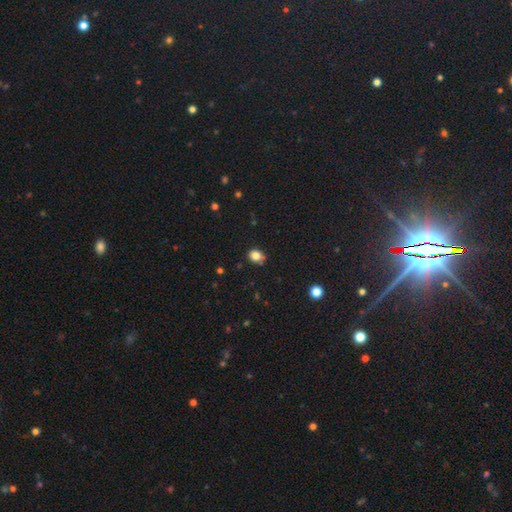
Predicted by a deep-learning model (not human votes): Morphology: type=smooth (82%); roundness=round (64%); merging=none (73%).